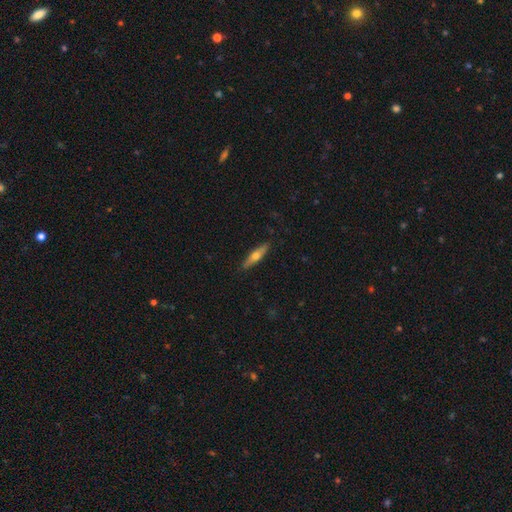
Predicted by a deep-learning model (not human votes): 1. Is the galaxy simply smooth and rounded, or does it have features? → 50% smooth, 45% featured or disk, 5% star or artifact.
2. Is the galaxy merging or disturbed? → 89% none, 8% minor disturbance, 2% major disturbance, 1% merger.